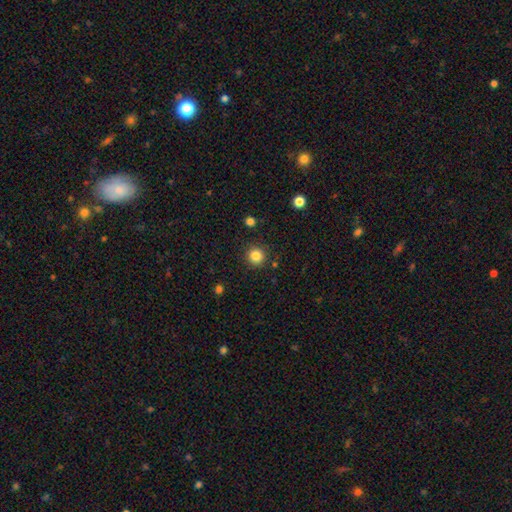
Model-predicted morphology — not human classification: smooth_or_featured: smooth (p=0.84) [alt: star or artifact p=0.11]
how_rounded: round (p=0.94) [alt: in between p=0.05]
merging: none (p=0.90) [alt: minor disturbance p=0.06]